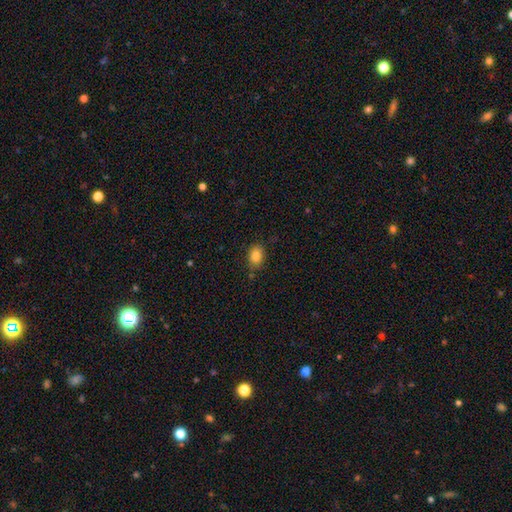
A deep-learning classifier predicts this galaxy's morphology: The model was most divided on "how rounded": in between: 68%, round: 31%, cigar-shaped: 1%. More confident: smooth or featured — smooth (84%); merging — none (79%).